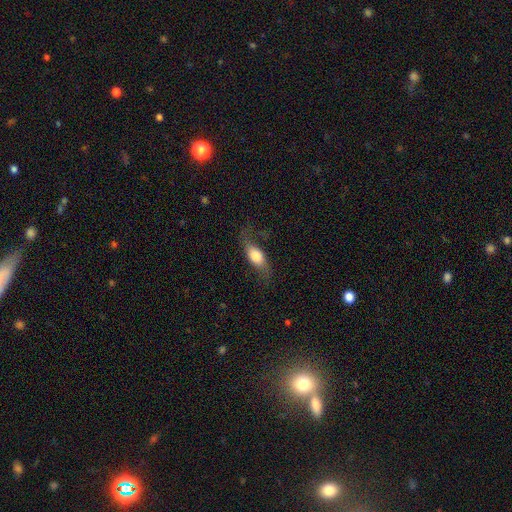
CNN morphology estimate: Smooth or featured? smooth (51%)
How rounded? in between (75%)
Merging? none (56%)